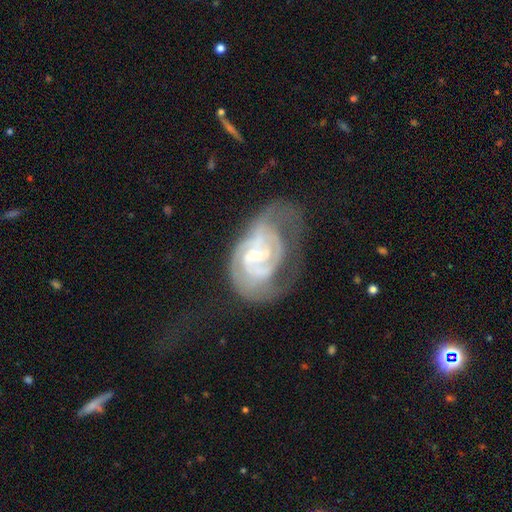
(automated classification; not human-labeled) Smooth or featured? featured or disk (85%)
Edge-on disk? no (97%)
Bar? weak (55%)
Spiral arms? yes (95%)
Spiral winding? tight (55%)
Spiral arm count? 2 (46%)
Bulge size? small (58%)
Merging? none (37%)